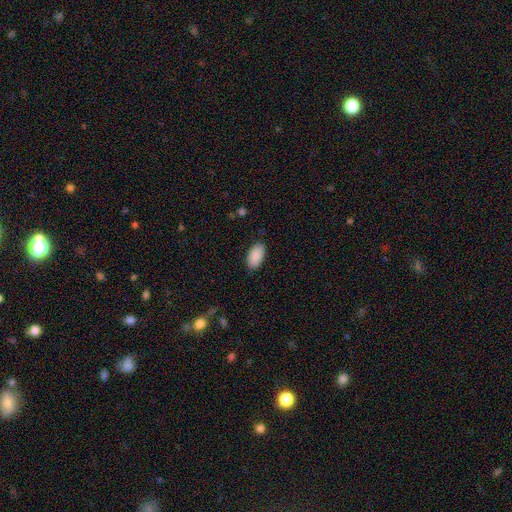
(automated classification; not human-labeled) smooth-or-featured: smooth: 91% | star or artifact: 6% | featured or disk: 3%
  how-rounded: in between: 95% | round: 2% | cigar-shaped: 2%
  merging: none: 86% | minor disturbance: 11% | major disturbance: 2% | merger: 1%